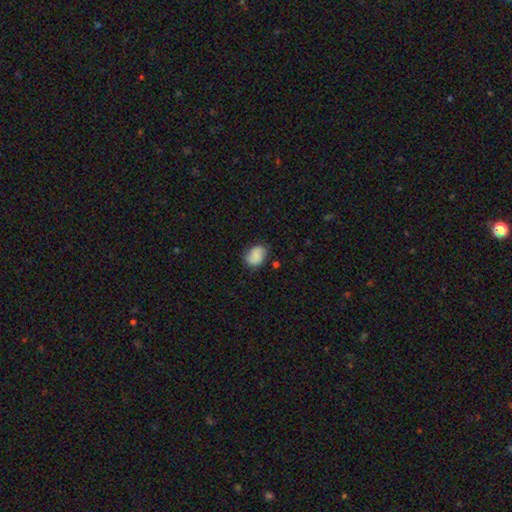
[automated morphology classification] A smooth galaxy with no disk features (79%) that is in between round and cigar-shaped (70%).

Vote fractions:
- Smooth or featured? smooth: 79% / featured or disk: 12% / star or artifact: 8%
- How rounded? in between: 70% / round: 29% / cigar-shaped: 1%
- Merging? none: 72% / minor disturbance: 21% / major disturbance: 5% / merger: 2%